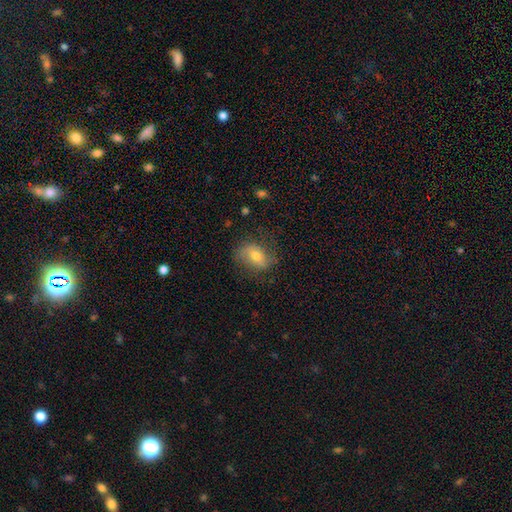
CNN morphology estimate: Smooth or featured: smooth — 54% (featured or disk — 37%)
How rounded: in between — 74% (round — 23%)
Merging: none — 72% (minor disturbance — 19%)